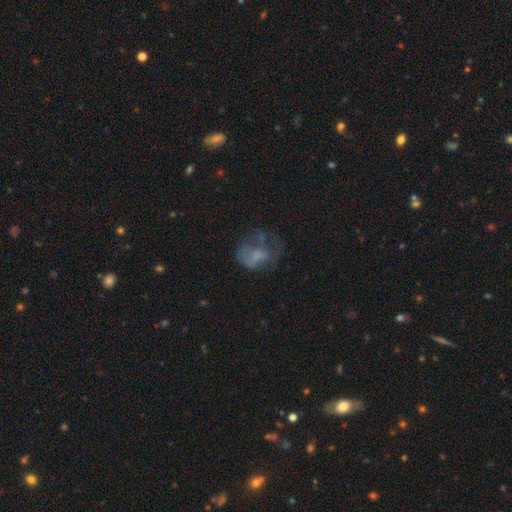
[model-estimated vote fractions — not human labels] This appears to be a smooth galaxy with no disk features (44%). Merging: major disturbance (44%).